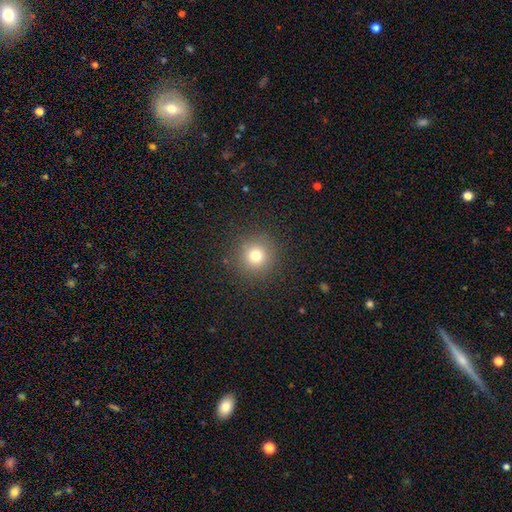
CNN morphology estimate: smooth-or-featured: smooth: 76% | star or artifact: 16% | featured or disk: 9%
  how-rounded: round: 94% | in between: 5% | cigar-shaped: 1%
  merging: none: 90% | minor disturbance: 6% | major disturbance: 3% | merger: 1%